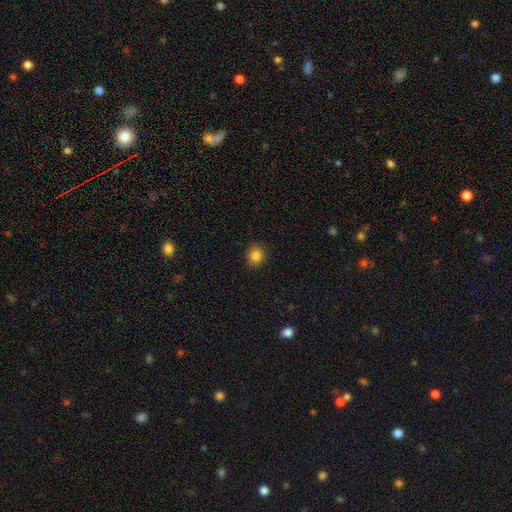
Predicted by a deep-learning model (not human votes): This is clearly a smooth galaxy (86%). How rounded: likely round (75%). Merging: clearly none (88%).